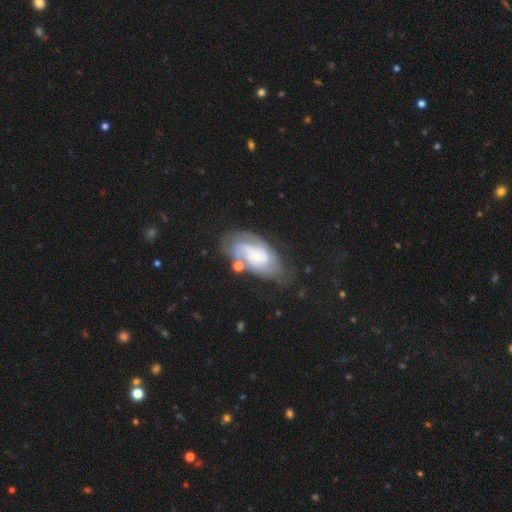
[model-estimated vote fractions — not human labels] Smooth or featured?
  - featured or disk: 78% *
  - smooth: 16%
  - star or artifact: 6%
Edge-on disk?
  - no: 96% *
  - yes: 4%
Bar?
  - no: 63% *
  - weak: 30%
  - strong: 7%
Spiral arms?
  - yes: 91% *
  - no: 9%
Spiral winding?
  - tight: 56% *
  - medium: 34%
  - loose: 10%
Spiral arm count?
  - 2: 40% *
  - can't tell: 33%
  - 3: 15%
  - 4: 5%
  - 1: 4%
  - more than 4: 3%
Bulge size?
  - small: 72% *
  - moderate: 20%
  - none: 5%
  - large: 2%
  - dominant: 1%
Merging?
  - none: 55% *
  - minor disturbance: 23%
  - major disturbance: 13%
  - merger: 9%